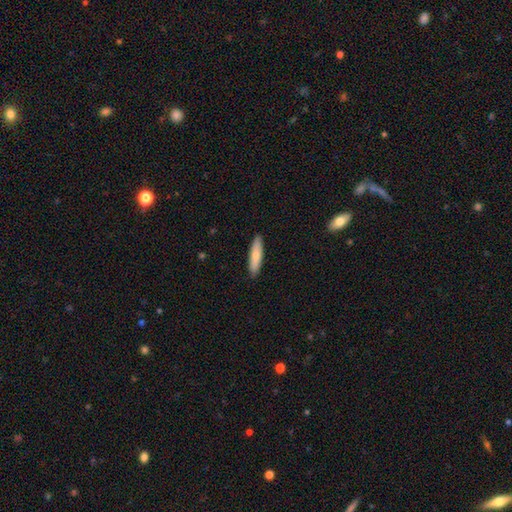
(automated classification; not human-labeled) This is likely a smooth galaxy (75%). How rounded: likely cigar-shaped (76%). Merging: clearly none (89%).